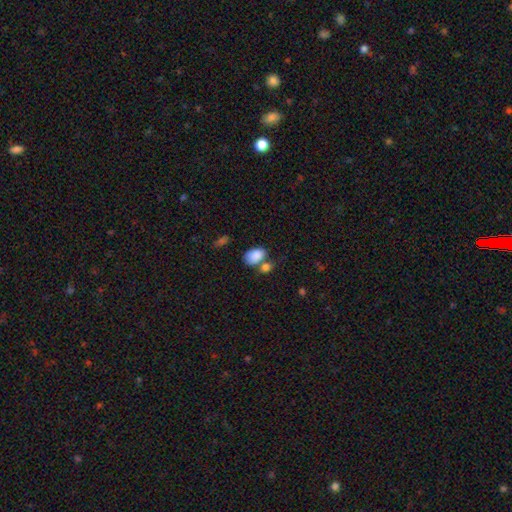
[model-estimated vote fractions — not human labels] This appears to be a smooth galaxy with no disk features (86%) that is in between round and cigar-shaped (86%). Merging: none (44%).